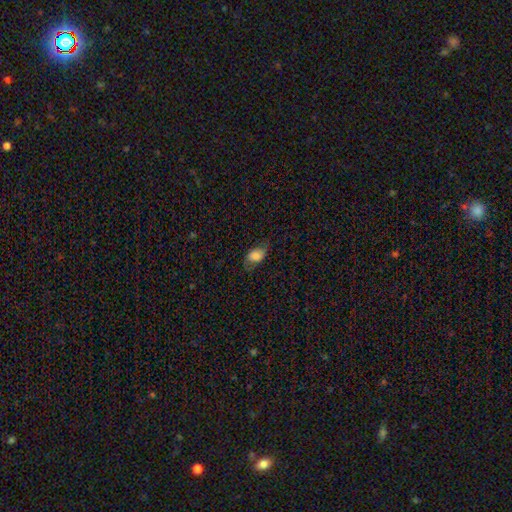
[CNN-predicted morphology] Overall: smooth (70%). How rounded: in between (87%). Merging: none (62%; minor disturbance 25%).